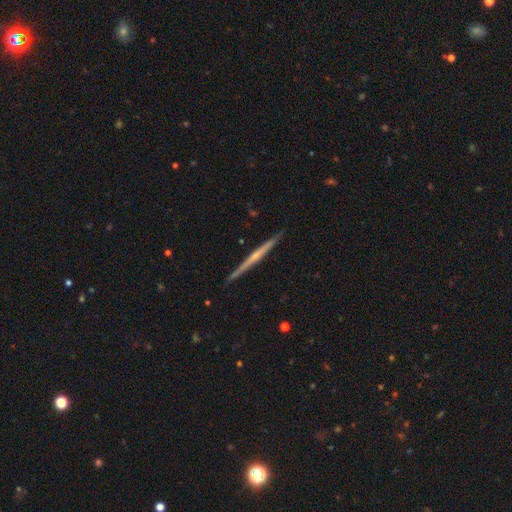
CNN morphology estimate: Q: Smooth or featured?
A: featured or disk (71%); runner-up: smooth (23%)
Q: Edge-on disk?
A: yes (98%); runner-up: no (2%)
Q: Edge-on bulge?
A: none (50%); runner-up: rounded (43%)
Q: Merging?
A: none (91%); runner-up: minor disturbance (7%)